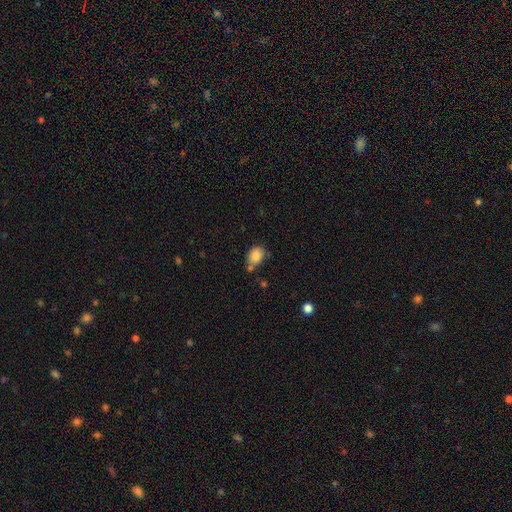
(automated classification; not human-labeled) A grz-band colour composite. It shows a smooth galaxy with no disk features (84%) that is in between round and cigar-shaped (58%). Merging: none (60%).